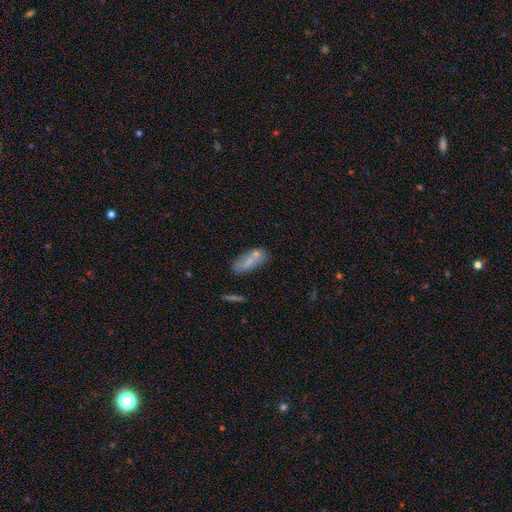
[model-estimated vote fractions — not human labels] smooth-or-featured: smooth: 57% | featured or disk: 30% | star or artifact: 12%
  how-rounded: in between: 61% | cigar-shaped: 34% | round: 5%
  merging: none: 56% | minor disturbance: 20% | merger: 15% | major disturbance: 9%